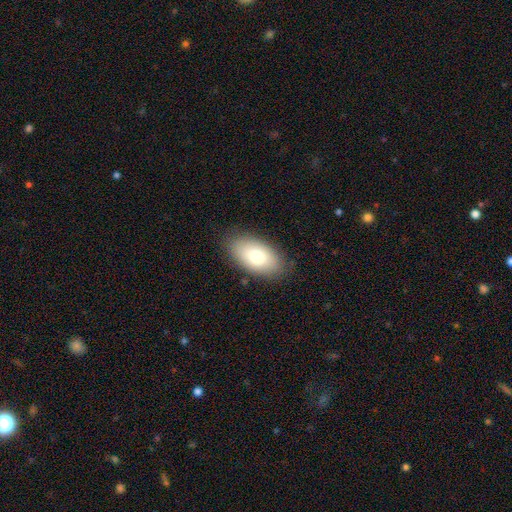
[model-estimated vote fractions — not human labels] This is likely a smooth galaxy (79%). How rounded: clearly in between (94%). Merging: clearly none (84%).